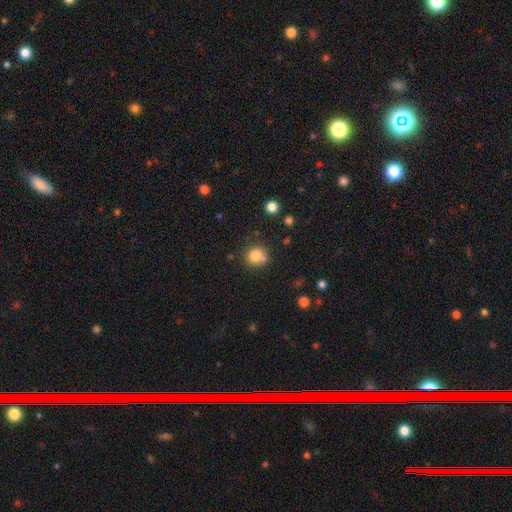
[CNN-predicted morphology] Overall: smooth (79%). How rounded: round (85%). Merging: none (62%).